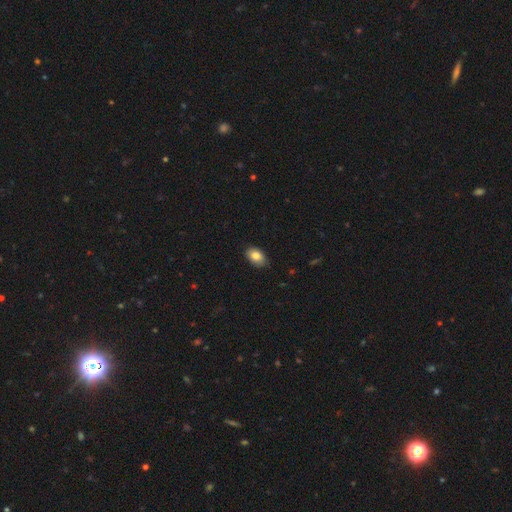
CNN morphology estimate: Q: Smooth or featured?
A: smooth (85%); runner-up: featured or disk (8%)
Q: How rounded?
A: in between (89%); runner-up: round (9%)
Q: Merging?
A: none (82%); runner-up: minor disturbance (15%)